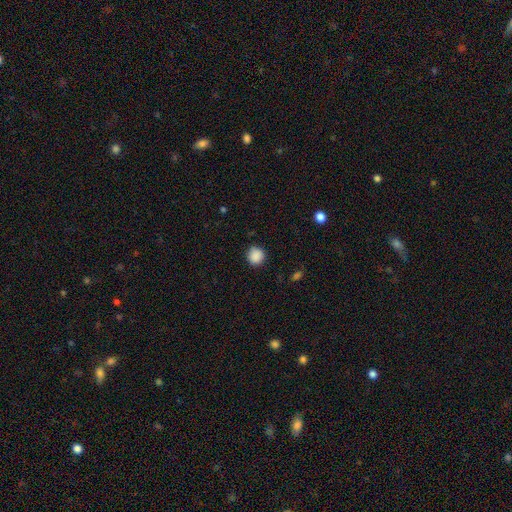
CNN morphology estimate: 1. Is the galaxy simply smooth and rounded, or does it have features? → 88% smooth, 9% star or artifact, 3% featured or disk.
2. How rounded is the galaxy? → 90% round, 9% in between, 1% cigar-shaped.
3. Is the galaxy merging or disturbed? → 85% none, 11% minor disturbance, 3% major disturbance, 1% merger.